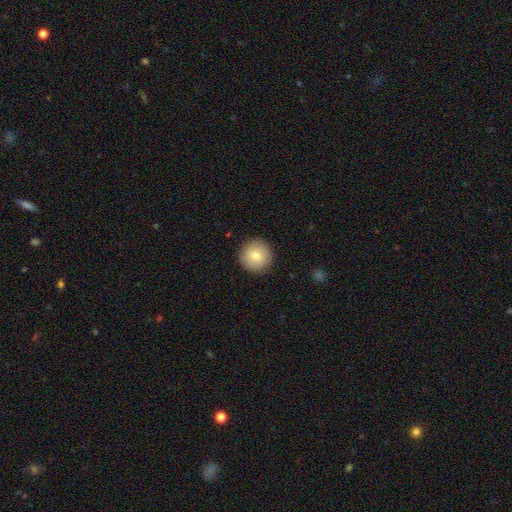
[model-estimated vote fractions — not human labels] Q: Smooth or featured?
A: smooth (75%); runner-up: featured or disk (16%)
Q: How rounded?
A: round (95%); runner-up: in between (4%)
Q: Merging?
A: none (91%); runner-up: minor disturbance (7%)